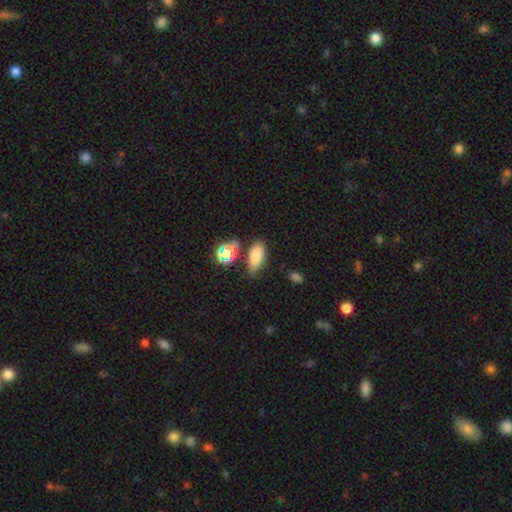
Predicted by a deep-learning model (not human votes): This is likely a smooth galaxy (78%). How rounded: clearly in between (84%). Merging: likely none (72%).